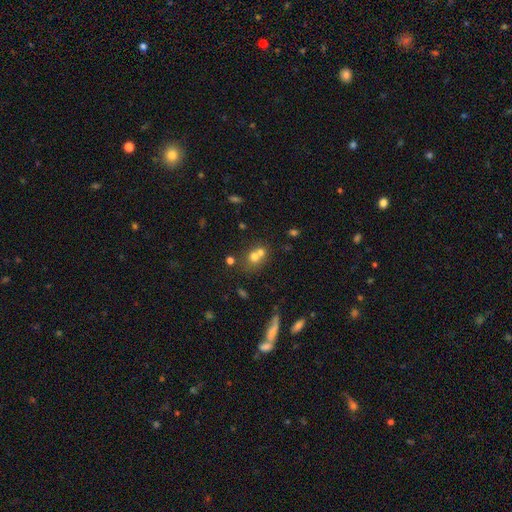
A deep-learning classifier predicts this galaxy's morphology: Q: Smooth or featured?
A: smooth (65%); runner-up: featured or disk (18%)
Q: How rounded?
A: round (73%); runner-up: in between (25%)
Q: Merging?
A: merger (55%); runner-up: none (35%)